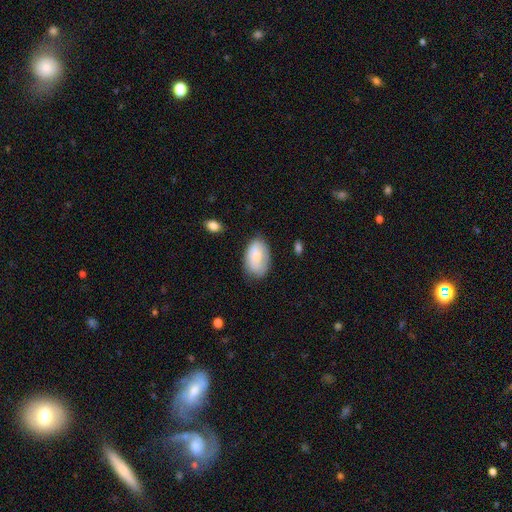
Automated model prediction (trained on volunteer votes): smooth_or_featured: smooth (p=0.78) [alt: featured or disk p=0.16]
how_rounded: in between (p=0.93) [alt: round p=0.06]
merging: none (p=0.67) [alt: minor disturbance p=0.25]